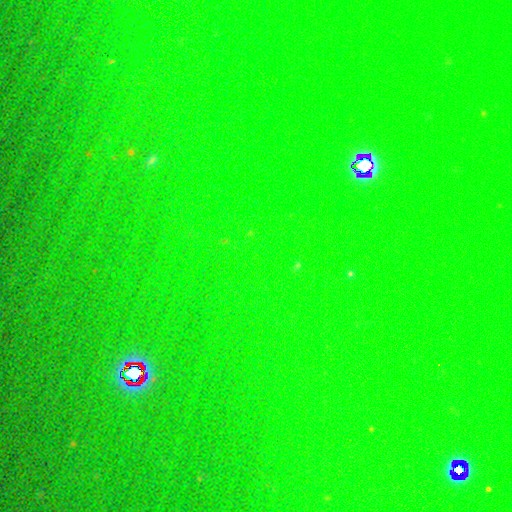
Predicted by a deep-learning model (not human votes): This appears to be a star or artifact, not a galaxy (77%).